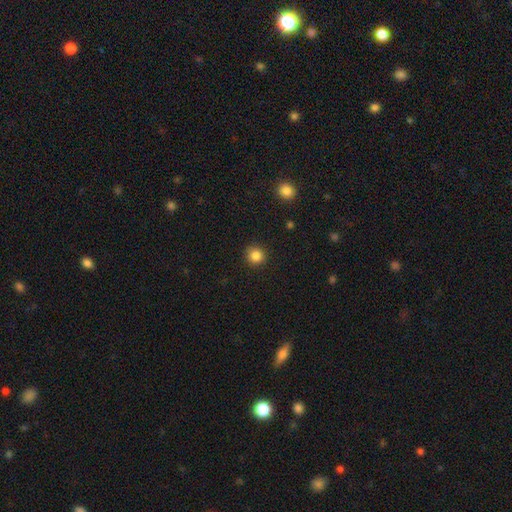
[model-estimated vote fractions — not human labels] Smooth or featured?
  - smooth: 85% *
  - star or artifact: 11%
  - featured or disk: 4%
How rounded?
  - round: 92% *
  - in between: 7%
  - cigar-shaped: 1%
Merging?
  - none: 91% *
  - minor disturbance: 6%
  - major disturbance: 2%
  - merger: 1%